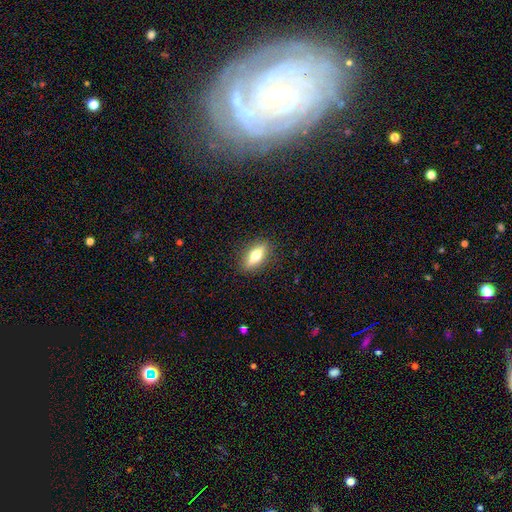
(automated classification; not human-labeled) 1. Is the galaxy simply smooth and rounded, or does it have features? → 48% smooth, 45% featured or disk, 7% star or artifact.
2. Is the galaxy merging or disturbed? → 87% none, 9% minor disturbance, 3% major disturbance, 1% merger.